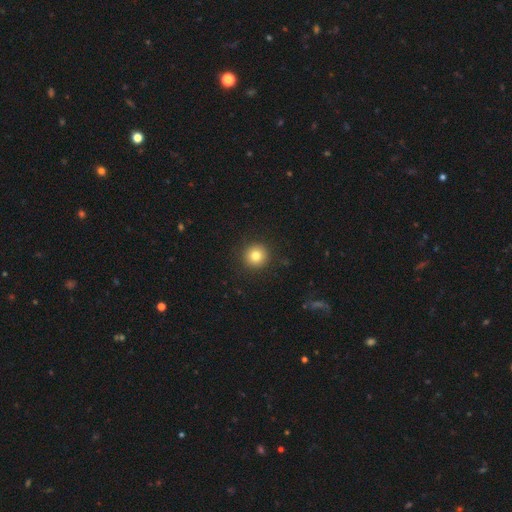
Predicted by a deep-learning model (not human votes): Q: Smooth or featured?
A: smooth (80%); runner-up: star or artifact (12%)
Q: How rounded?
A: round (95%); runner-up: in between (4%)
Q: Merging?
A: none (91%); runner-up: minor disturbance (6%)